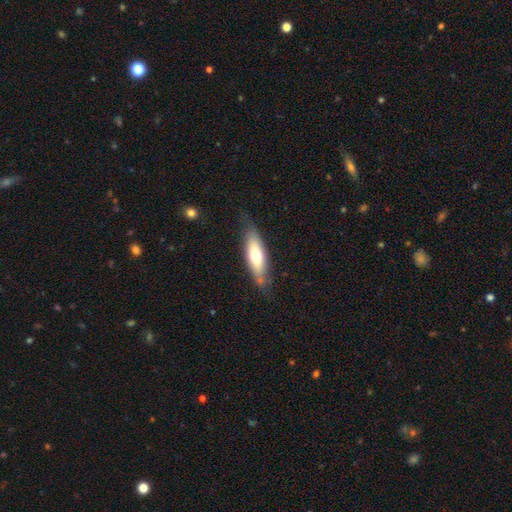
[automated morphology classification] A smooth galaxy with no disk features (59%) that is in between round and cigar-shaped (51%). Merging: none (73%).